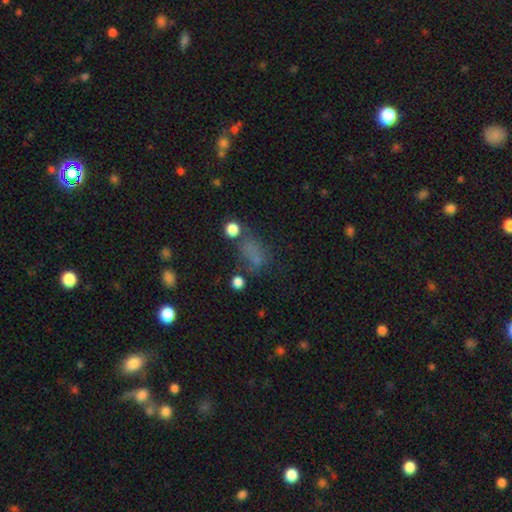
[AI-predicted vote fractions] The model was most divided on "merging": none: 48%, minor disturbance: 21%, major disturbance: 19%, merger: 13%. More confident: how rounded — in between (66%); smooth or featured — smooth (59%).